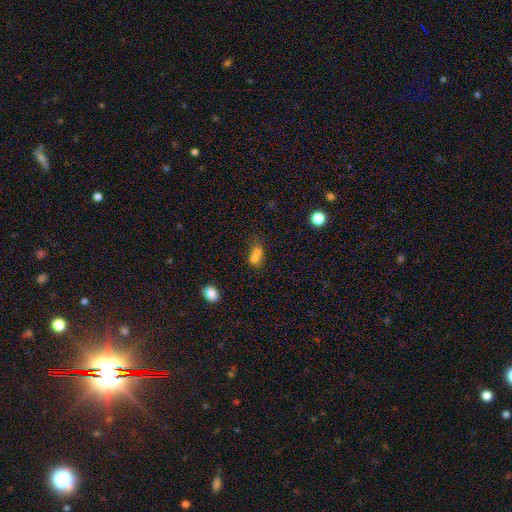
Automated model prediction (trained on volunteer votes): smooth_or_featured: smooth (p=0.69) [alt: featured or disk p=0.17]
how_rounded: round (p=0.62) [alt: in between p=0.36]
merging: merger (p=0.63) [alt: none p=0.25]